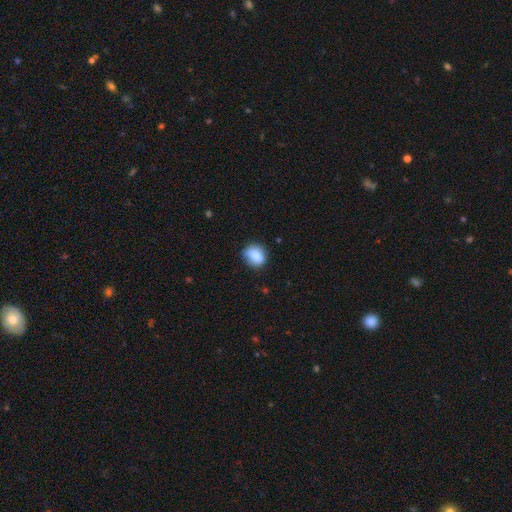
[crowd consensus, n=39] Smooth or featured: smooth — 82% (star or artifact — 10%)
How rounded: in between — 53% (round — 47%)
Merging: minor disturbance — 49% (none — 43%)